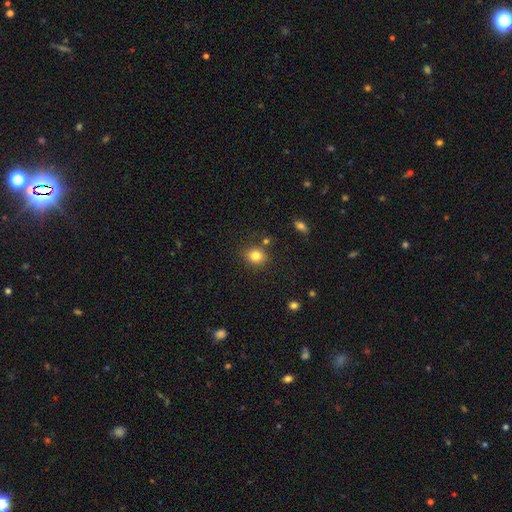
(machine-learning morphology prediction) type=smooth (82%); roundness=round (72%); merging=none (79%).